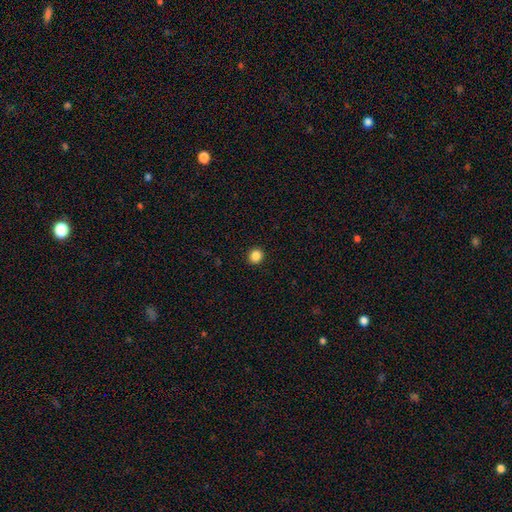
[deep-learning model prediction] The model was most divided on "smooth or featured": smooth: 86%, star or artifact: 11%, featured or disk: 3%. More confident: merging — none (93%); how rounded — round (90%).